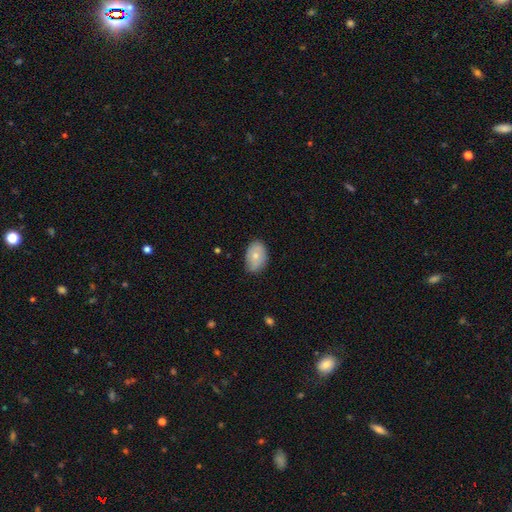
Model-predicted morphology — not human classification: smooth-or-featured: smooth: 73% | featured or disk: 20% | star or artifact: 7%
  how-rounded: in between: 86% | round: 12% | cigar-shaped: 1%
  merging: none: 72% | minor disturbance: 23% | major disturbance: 4% | merger: 1%